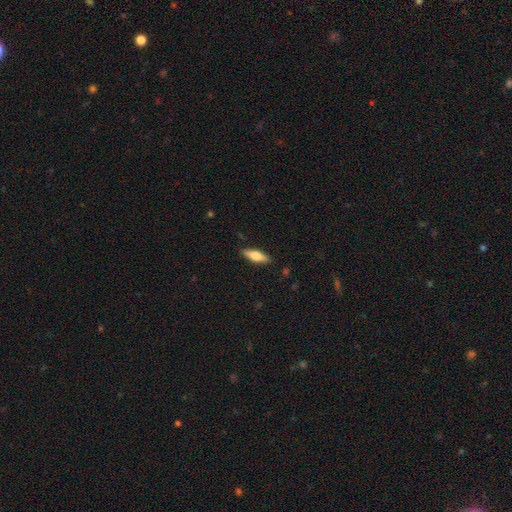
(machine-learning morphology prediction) Smooth or featured? Predicted: smooth (p=0.60). How rounded? Predicted: cigar-shaped (p=0.49). Merging? Predicted: none (p=0.88).